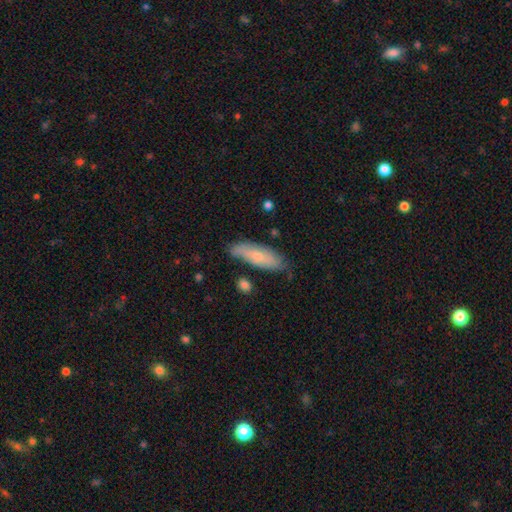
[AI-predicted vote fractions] A smooth galaxy with no disk features (68%) that is in between round and cigar-shaped (51%). Merging: none (70%).